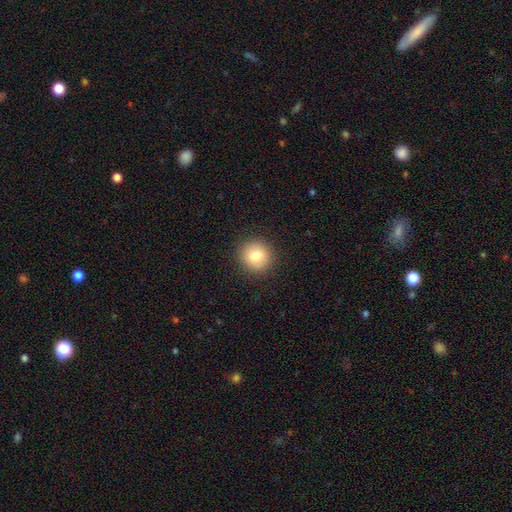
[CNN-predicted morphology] The model was most divided on "smooth or featured": smooth: 81%, star or artifact: 10%, featured or disk: 9%. More confident: how rounded — round (92%); merging — none (91%).